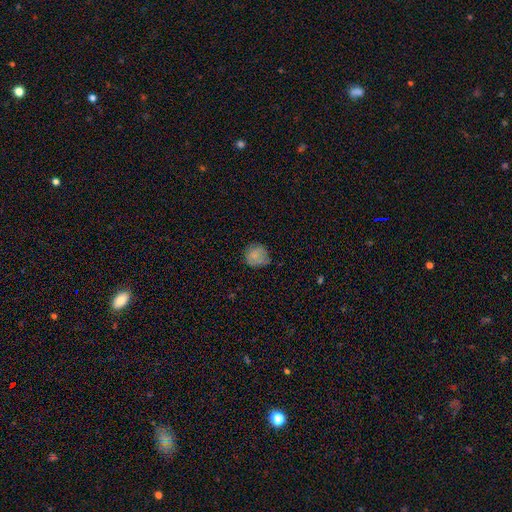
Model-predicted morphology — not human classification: This appears to be a smooth galaxy with no disk features (78%) that is round (85%). Merging: none (62%).